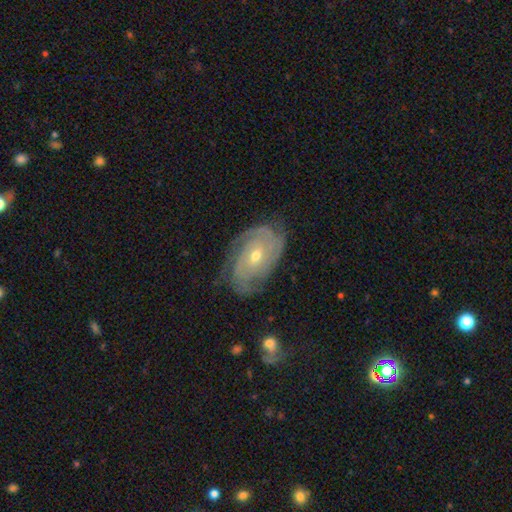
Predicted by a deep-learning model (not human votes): smooth-or-featured: featured or disk: 85% | smooth: 9% | star or artifact: 6%
  disk-edge-on: no: 96% | yes: 4%
    bar: no: 68% | weak: 25% | strong: 7%
    has-spiral-arms: yes: 96% | no: 4%
      spiral-winding: tight: 74% | medium: 21% | loose: 5%
      spiral-arm-count: 3: 28% | can't tell: 27% | 2: 20% | 4: 14% | more than 4: 6% | 1: 5%
    bulge-size: moderate: 51% | small: 46% | large: 1% | none: 1% | dominant: 1%
  merging: none: 75% | minor disturbance: 18% | major disturbance: 6% | merger: 1%